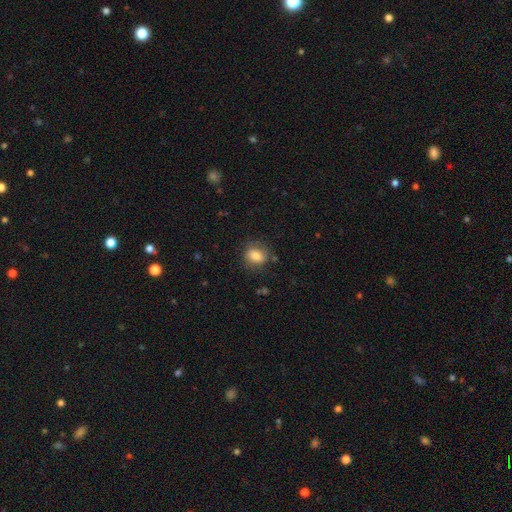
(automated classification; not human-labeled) smooth 81%, featured or disk 11%, star or artifact 9%. Down the decision tree: how rounded — round (51%); merging — none (76%).